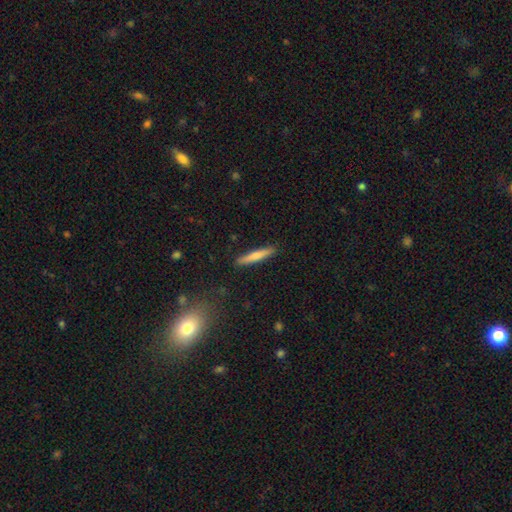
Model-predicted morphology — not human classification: Smooth or featured: smooth — 71% (featured or disk — 23%)
How rounded: cigar-shaped — 93% (in between — 6%)
Merging: none — 91% (minor disturbance — 7%)